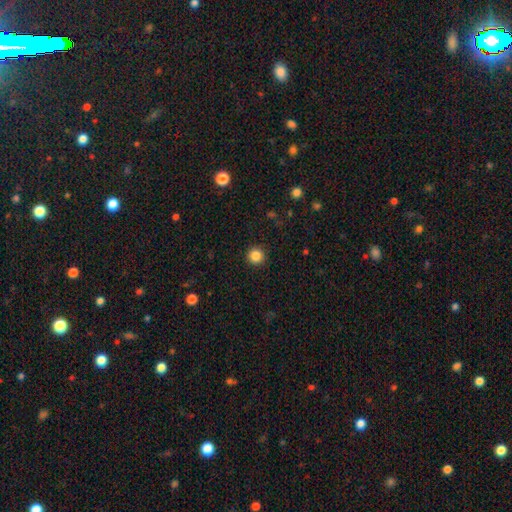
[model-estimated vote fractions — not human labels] smooth-or-featured: smooth: 85% | star or artifact: 11% | featured or disk: 4%
  how-rounded: round: 95% | in between: 4% | cigar-shaped: 1%
  merging: none: 92% | minor disturbance: 5% | major disturbance: 2% | merger: 1%